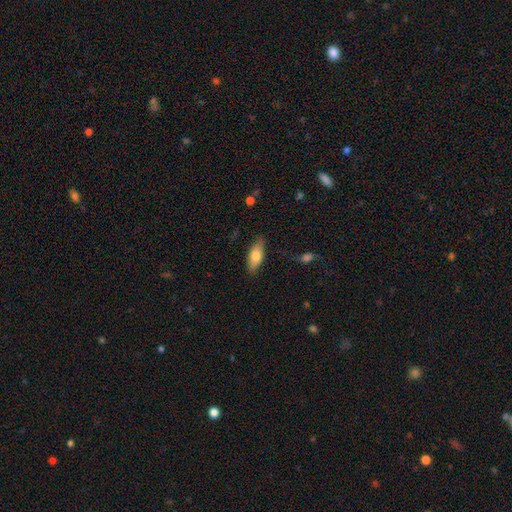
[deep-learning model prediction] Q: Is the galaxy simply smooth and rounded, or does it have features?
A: smooth — 72%.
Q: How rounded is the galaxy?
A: in between — 76%.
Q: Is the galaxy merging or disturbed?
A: none — 84%.